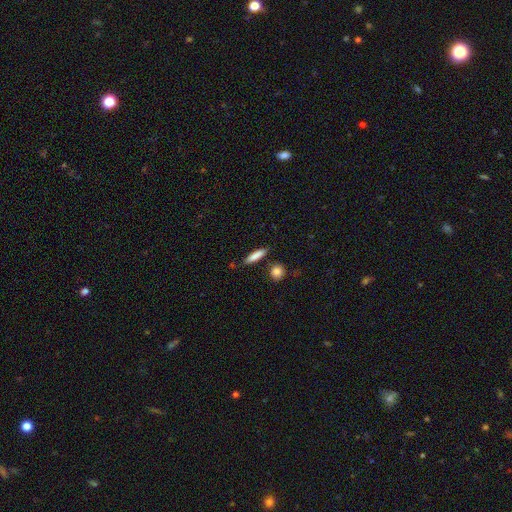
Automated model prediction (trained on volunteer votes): smooth-or-featured: smooth: 82% | featured or disk: 12% | star or artifact: 6%
  how-rounded: cigar-shaped: 79% | in between: 18% | round: 2%
  merging: none: 84% | minor disturbance: 10% | merger: 4% | major disturbance: 2%